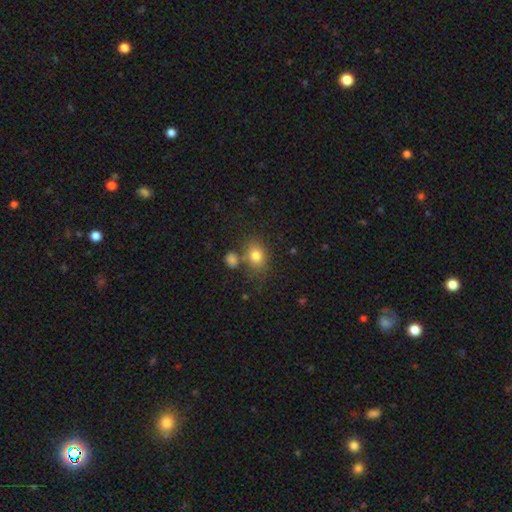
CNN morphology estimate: smooth-or-featured: smooth: 79% | star or artifact: 11% | featured or disk: 10%
  how-rounded: in between: 56% | round: 43% | cigar-shaped: 1%
  merging: none: 65% | merger: 15% | minor disturbance: 14% | major disturbance: 5%